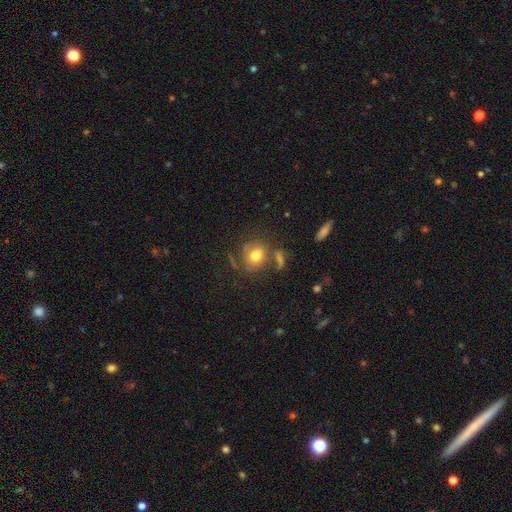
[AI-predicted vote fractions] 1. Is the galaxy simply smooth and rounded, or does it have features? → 69% smooth, 19% featured or disk, 12% star or artifact.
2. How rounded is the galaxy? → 66% round, 33% in between, 1% cigar-shaped.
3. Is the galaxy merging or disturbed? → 57% none, 18% minor disturbance, 13% merger, 12% major disturbance.